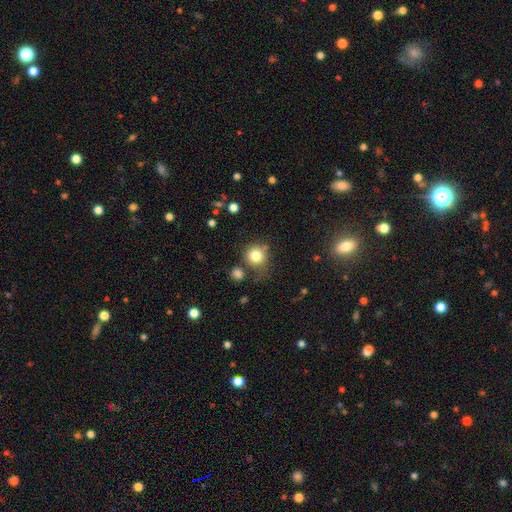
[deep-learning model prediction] The model was most divided on "merging": none: 64%, minor disturbance: 18%, merger: 10%, major disturbance: 8%. More confident: how rounded — round (88%); smooth or featured — smooth (80%).